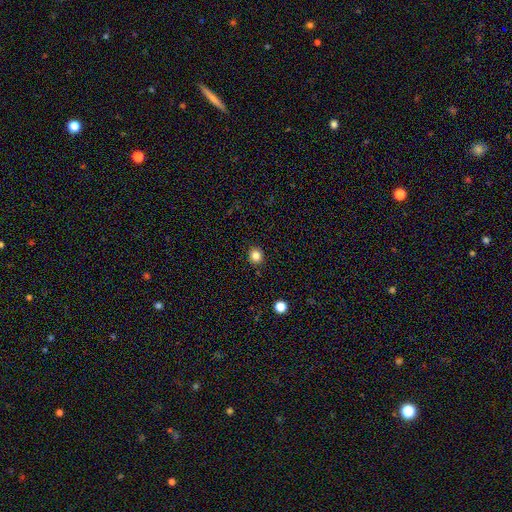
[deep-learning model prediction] This appears to be a smooth galaxy with no disk features (83%) that is round (85%). Merging: none (91%).